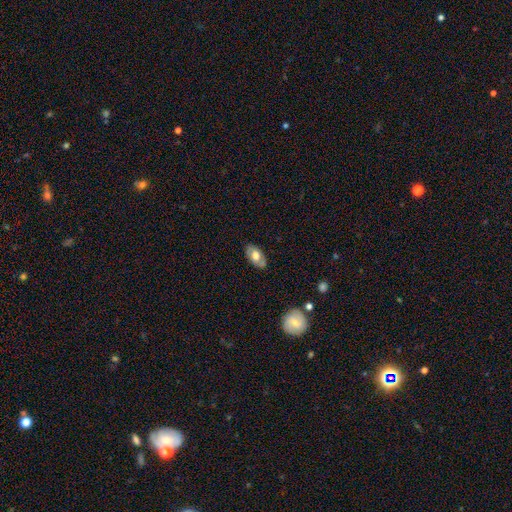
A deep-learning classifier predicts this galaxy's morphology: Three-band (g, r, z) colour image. It shows a smooth galaxy with no disk features (62%) that is in between round and cigar-shaped (92%). Merging: none (80%).